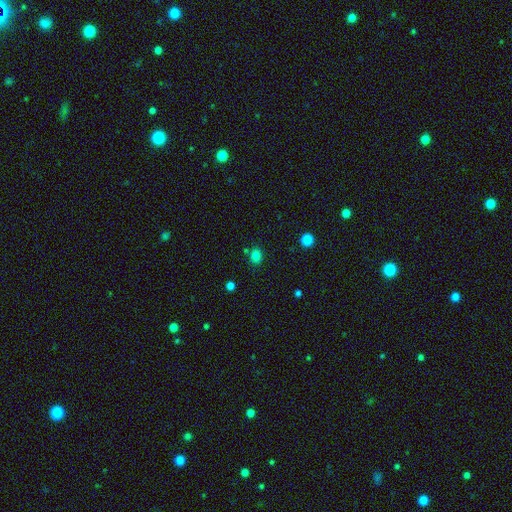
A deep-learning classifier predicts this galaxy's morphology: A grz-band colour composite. It shows a smooth galaxy with no disk features (81%) that is round (52%). Merging: none (78%).